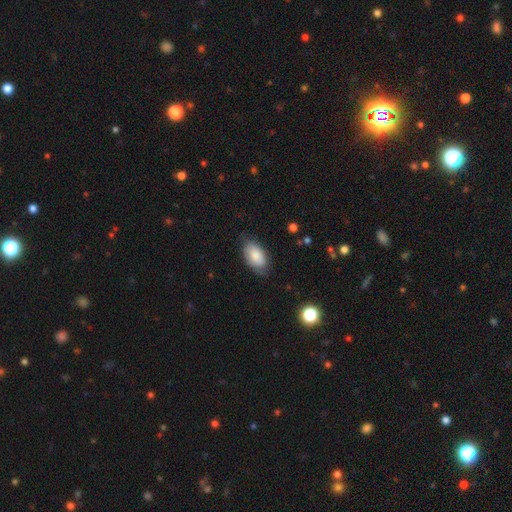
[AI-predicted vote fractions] smooth_or_featured: smooth (p=0.83) [alt: featured or disk p=0.11]
how_rounded: in between (p=0.94) [alt: round p=0.03]
merging: none (p=0.76) [alt: minor disturbance p=0.19]